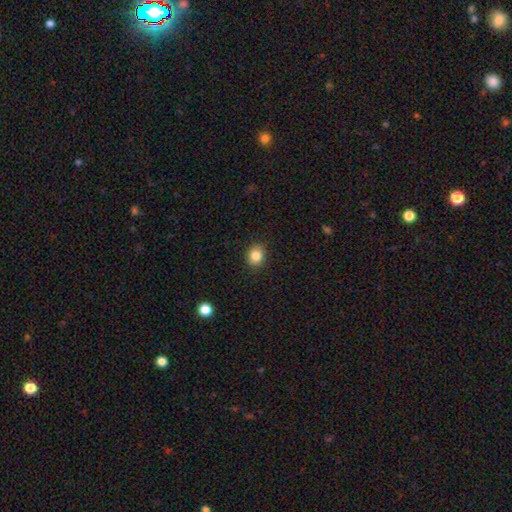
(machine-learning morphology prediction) Overall: smooth (85%). How rounded: round (66%; in between 33%). Merging: none (89%).